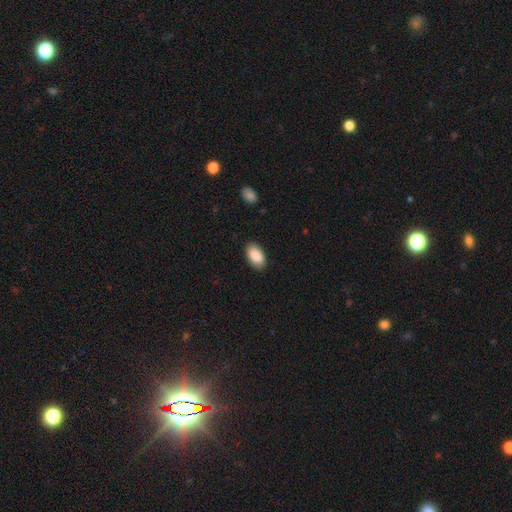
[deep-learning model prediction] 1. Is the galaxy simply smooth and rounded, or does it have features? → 90% smooth, 6% star or artifact, 4% featured or disk.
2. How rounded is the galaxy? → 95% in between, 3% round, 2% cigar-shaped.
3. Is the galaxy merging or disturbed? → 86% none, 10% minor disturbance, 2% major disturbance, 1% merger.